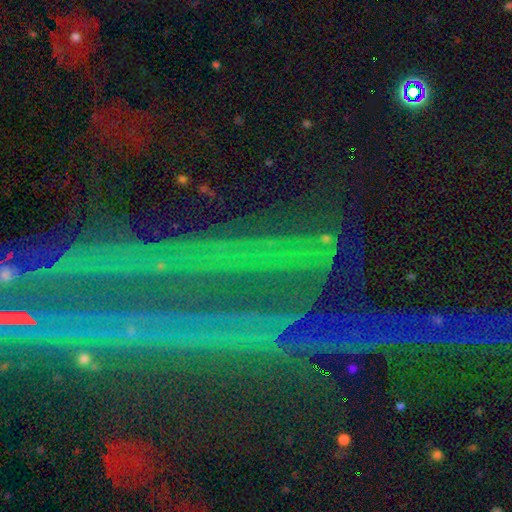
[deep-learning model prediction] star or artifact 78%, featured or disk 14%, smooth 8%.